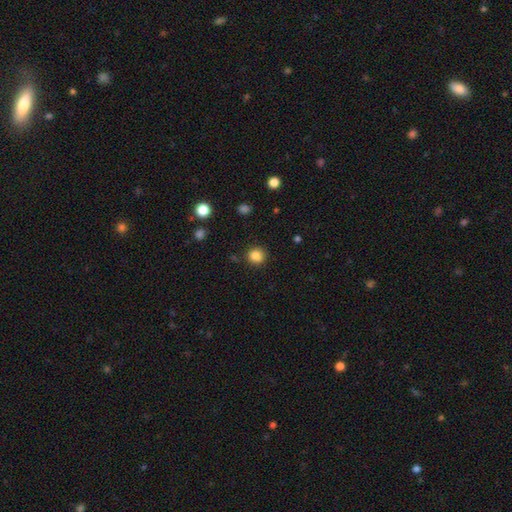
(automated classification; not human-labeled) Smooth or featured? smooth (85%)
How rounded? round (90%)
Merging? none (89%)